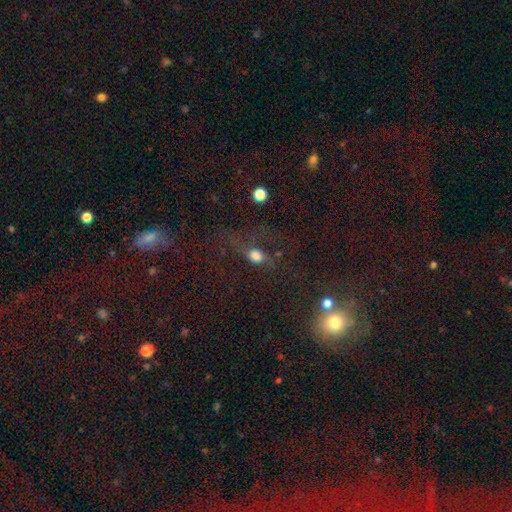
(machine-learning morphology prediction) A smooth galaxy with no disk features (59%) that is round (48%).

Vote fractions:
- Smooth or featured? smooth: 59% / star or artifact: 21% / featured or disk: 20%
- How rounded? round: 48% / in between: 46% / cigar-shaped: 6%
- Merging? none: 42% / major disturbance: 34% / minor disturbance: 19% / merger: 6%